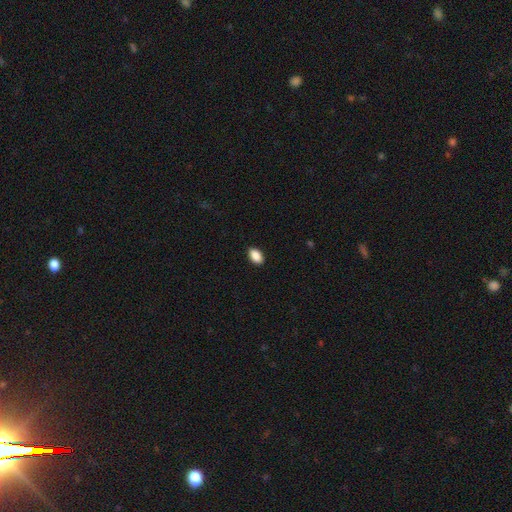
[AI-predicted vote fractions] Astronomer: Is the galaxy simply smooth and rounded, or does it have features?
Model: smooth — 90%.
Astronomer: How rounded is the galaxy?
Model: in between — 92%.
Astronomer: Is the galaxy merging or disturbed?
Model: none — 90%.